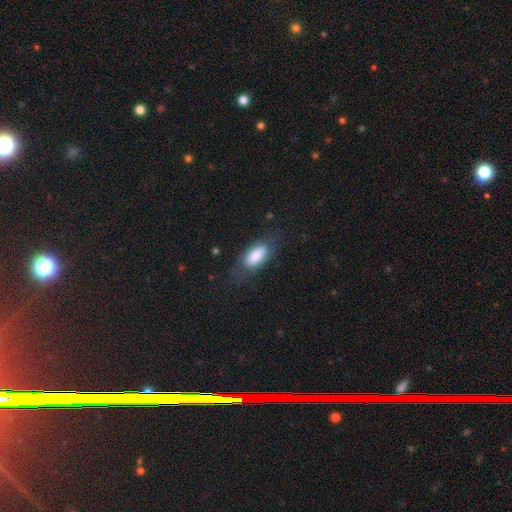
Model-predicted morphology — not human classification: type=smooth (76%); roundness=in between (85%); merging=none (66%).